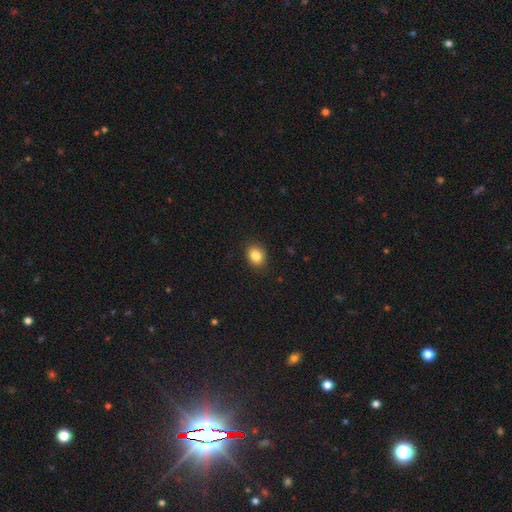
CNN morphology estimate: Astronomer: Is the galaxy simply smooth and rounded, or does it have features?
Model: smooth — 85%.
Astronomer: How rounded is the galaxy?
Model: in between — 58% (runner-up: round, 41%).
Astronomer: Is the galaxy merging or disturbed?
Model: none — 88%.